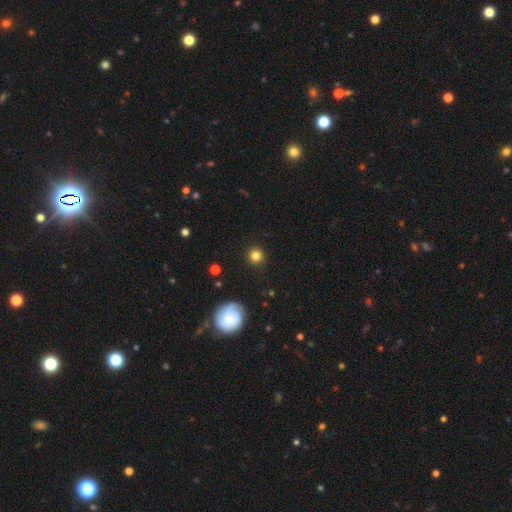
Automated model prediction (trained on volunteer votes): Overall: smooth (80%). How rounded: round (94%). Merging: none (90%).